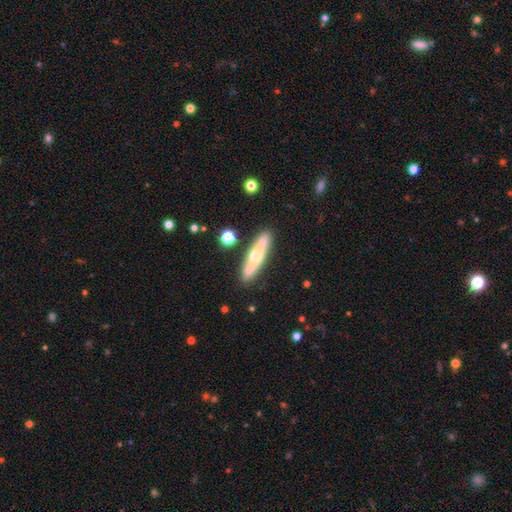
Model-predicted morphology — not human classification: A featured or disk galaxy (50%) viewed edge-on (64%).

Vote fractions:
- Smooth or featured? featured or disk: 50% / smooth: 43% / star or artifact: 6%
- Edge-on disk? yes: 64% / no: 36%
- Merging? none: 83% / minor disturbance: 11% / merger: 4% / major disturbance: 3%